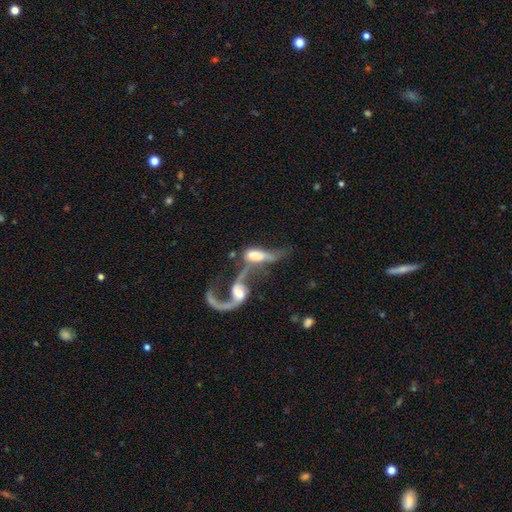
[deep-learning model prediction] smooth_or_featured: featured or disk (p=0.60) [alt: smooth p=0.31]
disk_edge_on: no (p=0.86) [alt: yes p=0.14]
bar: no (p=0.57) [alt: weak p=0.29]
has_spiral_arms: yes (p=0.60) [alt: no p=0.40]
bulge_size: moderate (p=0.32) [alt: large p=0.24]
merging: merger (p=0.73) [alt: major disturbance p=0.15]